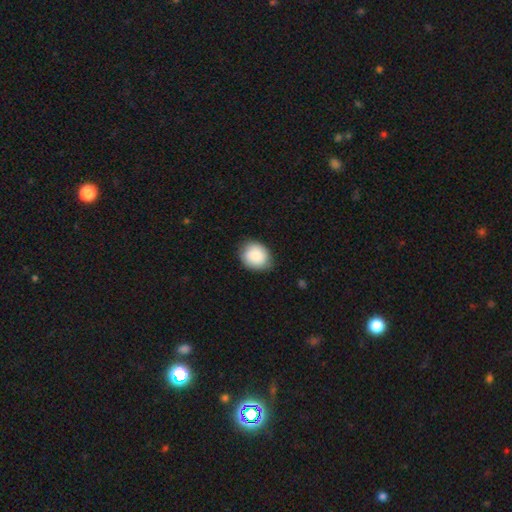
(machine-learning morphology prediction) Overall: smooth (88%). How rounded: round (59%; in between 40%). Merging: none (80%).